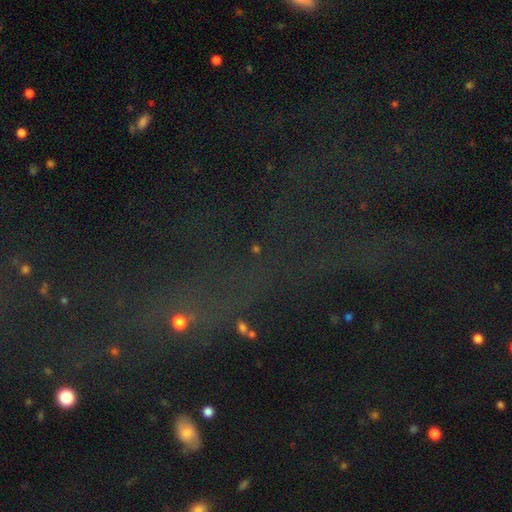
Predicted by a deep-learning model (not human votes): A star or artifact, not a galaxy (66%).

Vote fractions:
- Smooth or featured? star or artifact: 66% / smooth: 19% / featured or disk: 15%